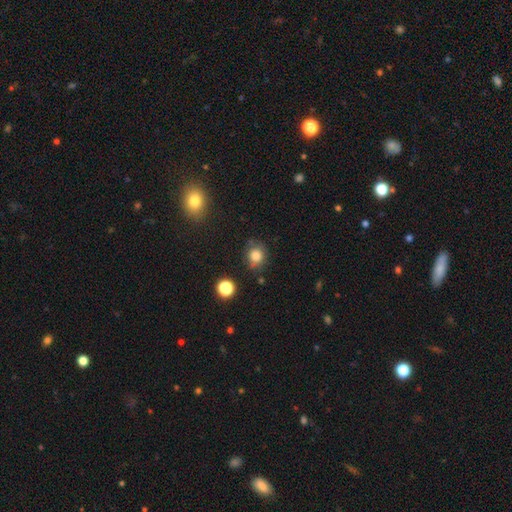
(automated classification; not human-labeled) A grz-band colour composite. It shows a smooth galaxy with no disk features (82%) that is round (77%). Merging: none (73%).